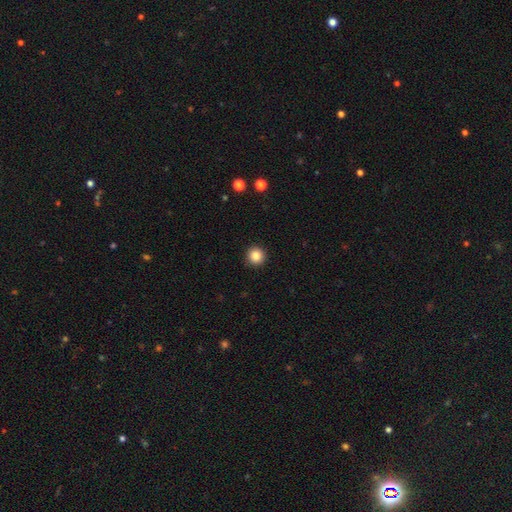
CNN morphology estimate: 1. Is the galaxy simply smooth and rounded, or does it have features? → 85% smooth, 10% star or artifact, 4% featured or disk.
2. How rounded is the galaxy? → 95% round, 4% in between, 1% cigar-shaped.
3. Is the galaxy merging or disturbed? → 93% none, 4% minor disturbance, 2% major disturbance, 1% merger.